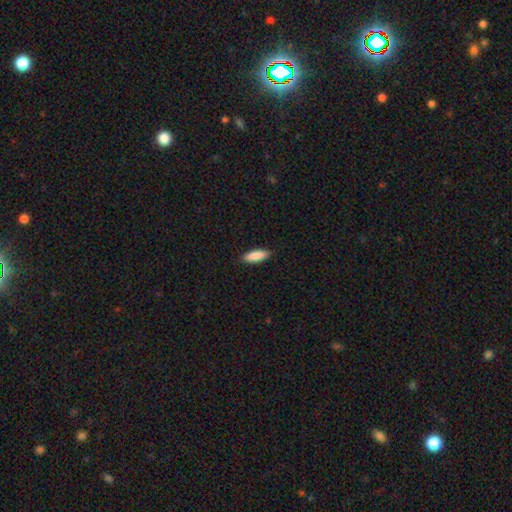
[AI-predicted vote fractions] The model was most divided on "how rounded": in between: 61%, cigar-shaped: 37%, round: 2%. More confident: merging — none (89%); smooth or featured — smooth (88%).